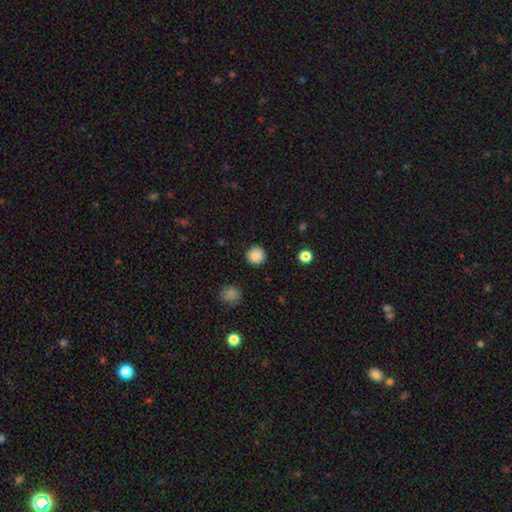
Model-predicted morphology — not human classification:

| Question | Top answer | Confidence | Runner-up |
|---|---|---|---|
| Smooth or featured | smooth | 87% | star or artifact (10%) |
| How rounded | round | 95% | in between (4%) |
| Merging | none | 91% | minor disturbance (5%) |